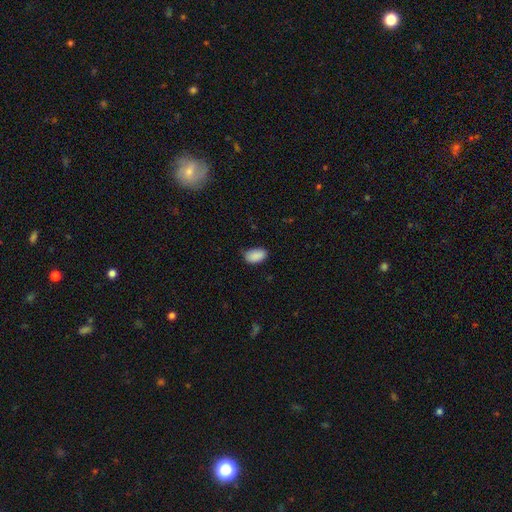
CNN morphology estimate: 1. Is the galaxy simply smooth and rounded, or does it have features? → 89% smooth, 7% star or artifact, 4% featured or disk.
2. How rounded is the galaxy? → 93% in between, 6% round, 2% cigar-shaped.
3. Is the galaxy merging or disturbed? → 70% none, 24% minor disturbance, 4% major disturbance, 1% merger.